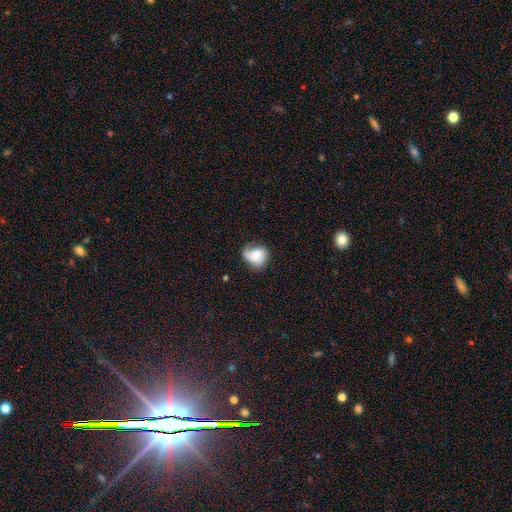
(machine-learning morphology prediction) Overall: smooth (51%; featured or disk 41%). How rounded: round (53%; in between 46%). Merging: none (43%; minor disturbance 31%).